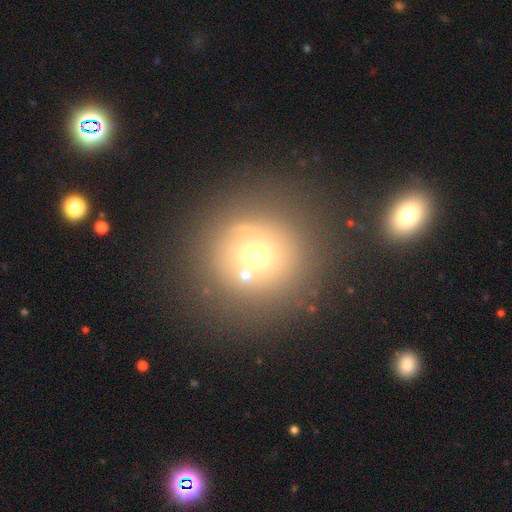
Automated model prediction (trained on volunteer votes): Smooth or featured? smooth (58%)
How rounded? round (94%)
Merging? none (71%)